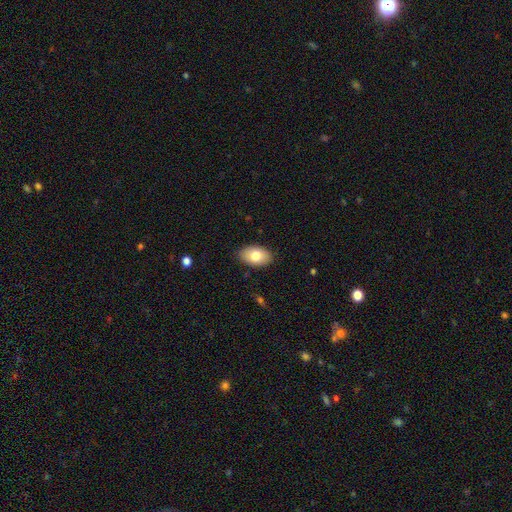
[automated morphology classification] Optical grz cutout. It shows a smooth galaxy with no disk features (79%) that is in between round and cigar-shaped (92%). Merging: none (87%).